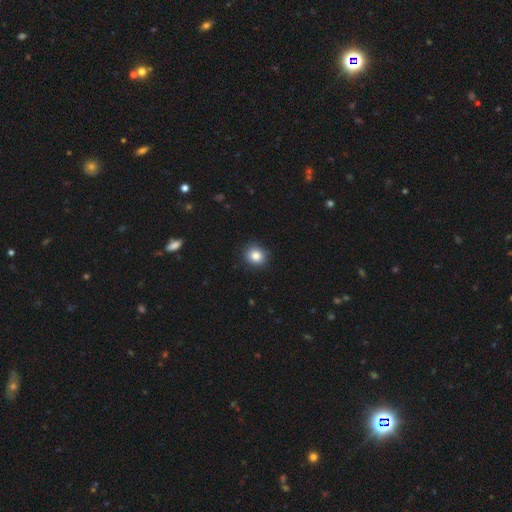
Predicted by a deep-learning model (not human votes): smooth_or_featured: smooth (p=0.84) [alt: star or artifact p=0.10]
how_rounded: round (p=0.82) [alt: in between p=0.17]
merging: none (p=0.89) [alt: minor disturbance p=0.08]